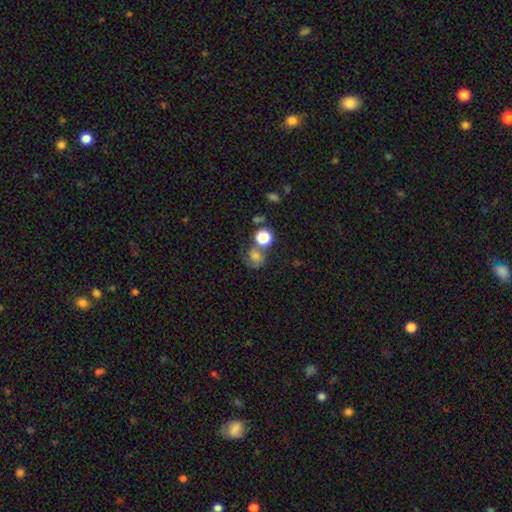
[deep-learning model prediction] smooth_or_featured: smooth (p=0.58) [alt: featured or disk p=0.23]
how_rounded: round (p=0.67) [alt: in between p=0.32]
merging: none (p=0.41) [alt: merger p=0.30]